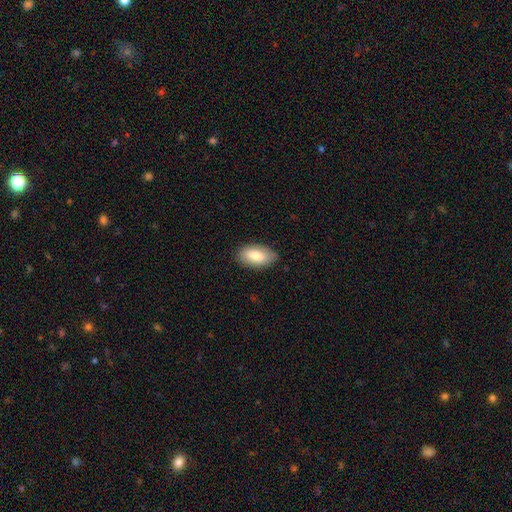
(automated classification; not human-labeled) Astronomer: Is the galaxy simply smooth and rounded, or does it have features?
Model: smooth — 83%.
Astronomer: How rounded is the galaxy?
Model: in between — 94%.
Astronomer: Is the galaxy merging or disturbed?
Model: none — 84%.